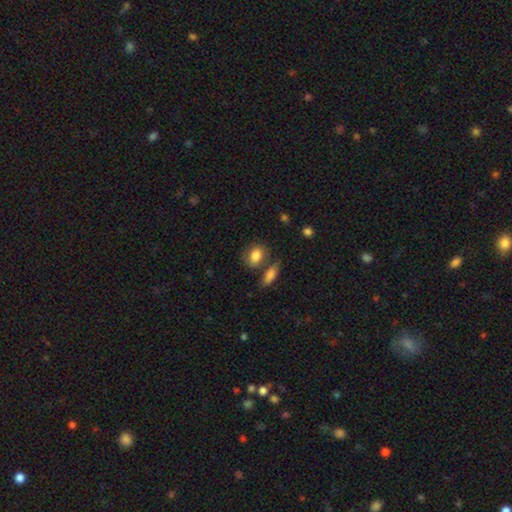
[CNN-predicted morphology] Q: Smooth or featured?
A: smooth (82%); runner-up: featured or disk (11%)
Q: How rounded?
A: in between (72%); runner-up: round (25%)
Q: Merging?
A: none (61%); runner-up: merger (18%)